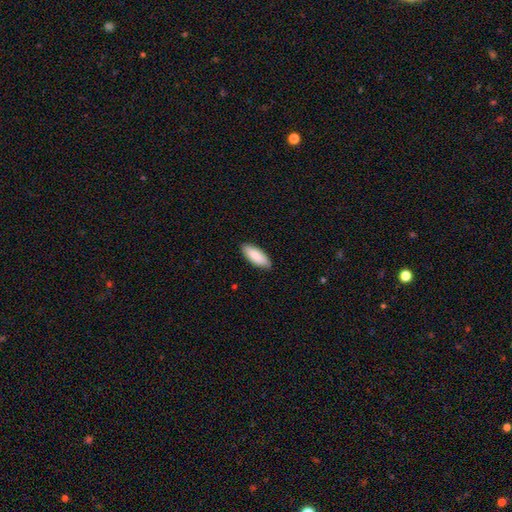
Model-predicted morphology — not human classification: Smooth or featured: smooth — 89% (featured or disk — 6%)
How rounded: in between — 79% (cigar-shaped — 19%)
Merging: none — 88% (minor disturbance — 9%)